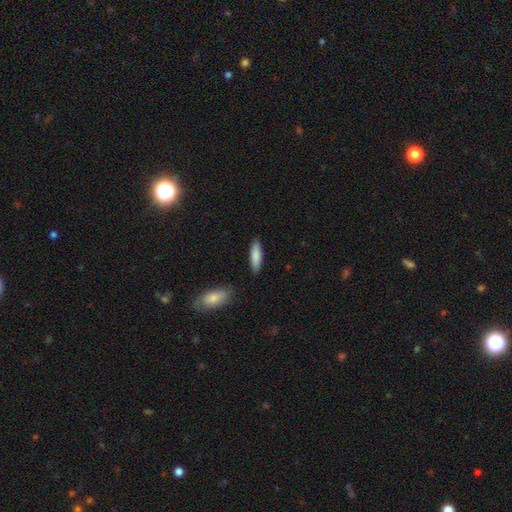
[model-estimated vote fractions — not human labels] A smooth galaxy with no disk features (86%) that is cigar-shaped (52%). Merging: none (87%).